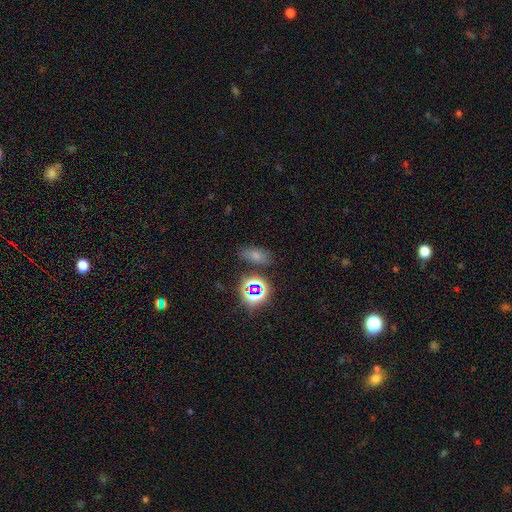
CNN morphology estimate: Q: Smooth or featured?
A: smooth (64%); runner-up: star or artifact (25%)
Q: How rounded?
A: in between (82%); runner-up: round (11%)
Q: Merging?
A: none (75%); runner-up: minor disturbance (14%)